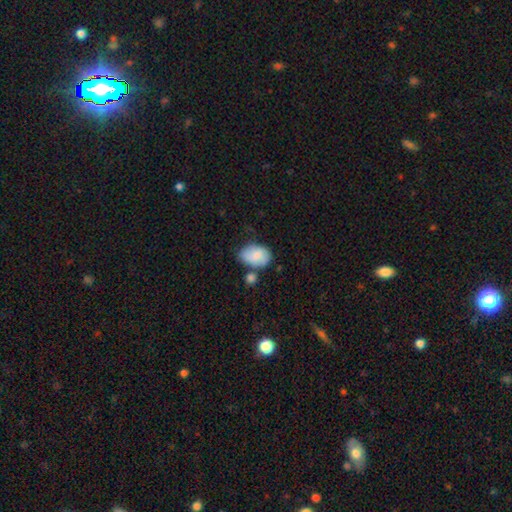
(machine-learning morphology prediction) smooth 80%, featured or disk 14%, star or artifact 7%. Down the decision tree: how rounded — in between (85%); merging — none (50%).